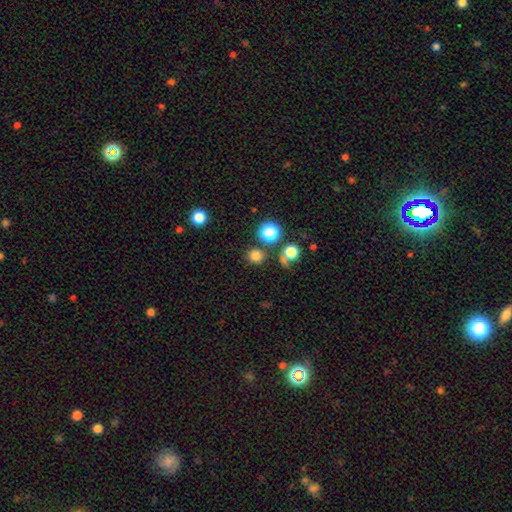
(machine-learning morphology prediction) Overall: smooth (75%). How rounded: round (90%). Merging: none (80%).